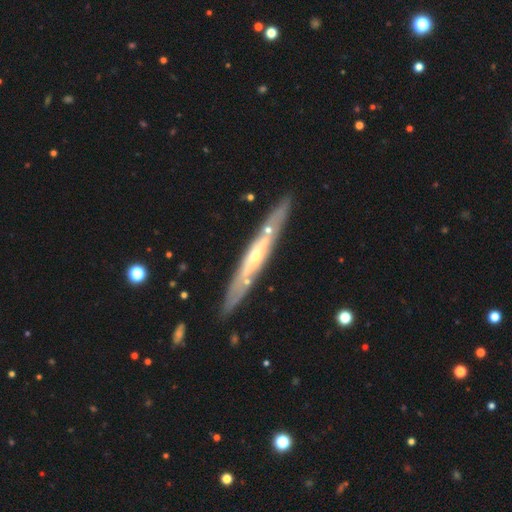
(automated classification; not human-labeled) Overall: featured or disk (76%). Edge-on disk: yes (77%). Edge-on bulge: rounded (67%; none 30%). Merging: none (82%).